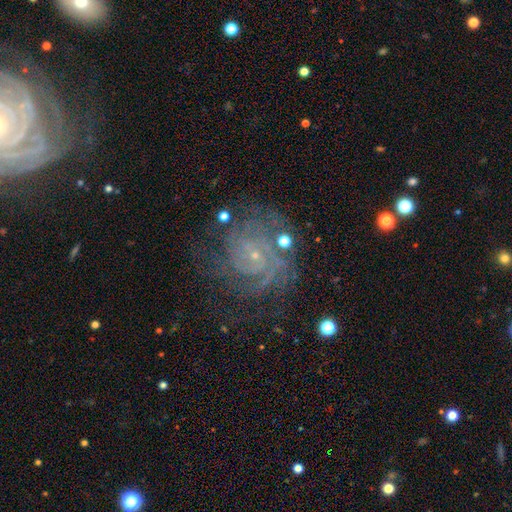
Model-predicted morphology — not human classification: Smooth or featured: featured or disk — 81% (star or artifact — 11%)
Edge-on disk: no — 97% (yes — 3%)
Bar: no — 64% (weak — 28%)
Spiral arms: yes — 95% (no — 5%)
Spiral winding: tight — 71% (medium — 23%)
Spiral arm count: can't tell — 34% (2 — 18%)
Bulge size: small — 85% (moderate — 9%)
Merging: none — 68% (minor disturbance — 18%)